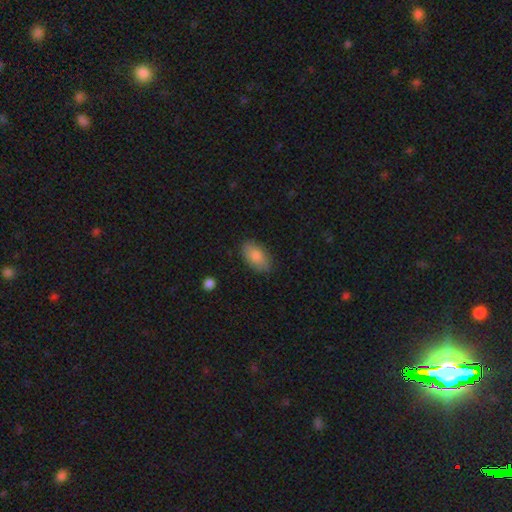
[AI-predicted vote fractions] Morphology: type=smooth (85%); roundness=in between (93%); merging=none (85%).